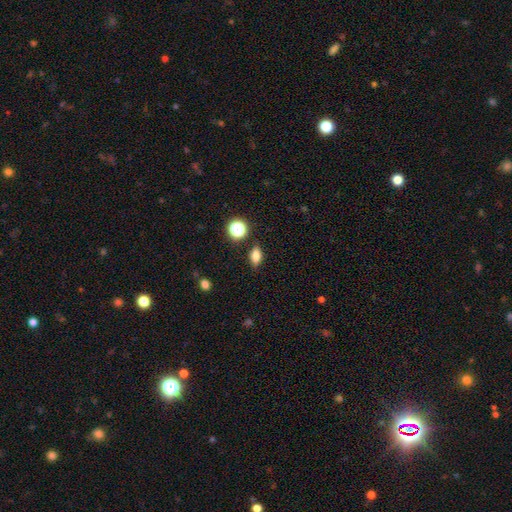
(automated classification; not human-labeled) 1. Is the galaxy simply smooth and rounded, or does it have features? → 80% smooth, 13% star or artifact, 7% featured or disk.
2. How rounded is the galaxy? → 79% in between, 15% round, 6% cigar-shaped.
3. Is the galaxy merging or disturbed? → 85% none, 10% minor disturbance, 3% major disturbance, 2% merger.